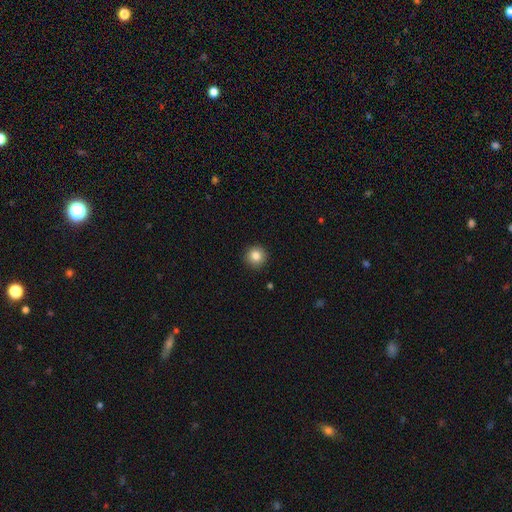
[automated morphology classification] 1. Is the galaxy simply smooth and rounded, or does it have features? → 84% smooth, 10% star or artifact, 6% featured or disk.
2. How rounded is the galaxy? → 94% round, 5% in between, 1% cigar-shaped.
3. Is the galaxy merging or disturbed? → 92% none, 5% minor disturbance, 2% major disturbance, 1% merger.